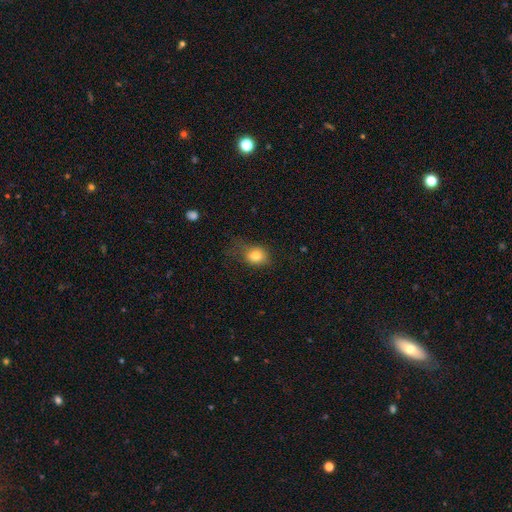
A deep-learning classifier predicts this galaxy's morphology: This appears to be a smooth galaxy with no disk features (79%) that is round (55%). Merging: none (51%).